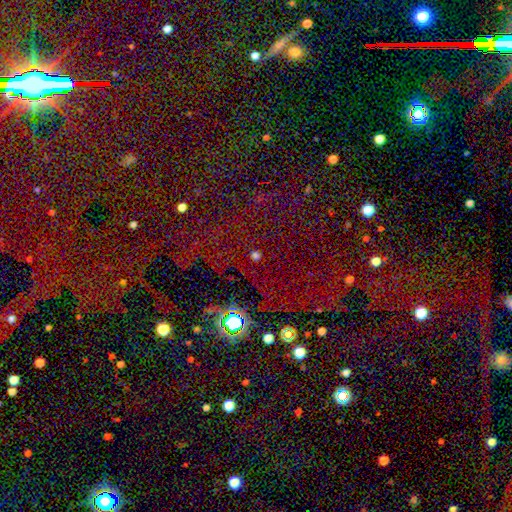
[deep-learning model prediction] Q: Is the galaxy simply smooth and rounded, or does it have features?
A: star or artifact — 71%.